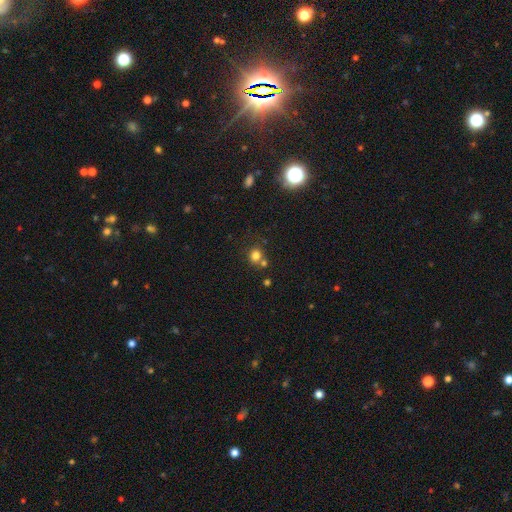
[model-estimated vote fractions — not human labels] Smooth or featured? Predicted: smooth (p=0.78). How rounded? Predicted: round (p=0.84). Merging? Predicted: none (p=0.62).